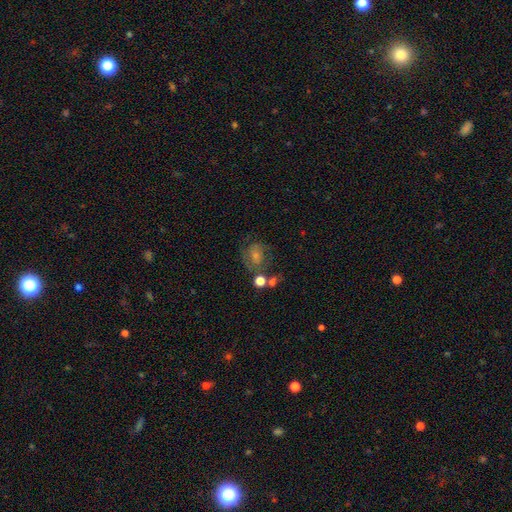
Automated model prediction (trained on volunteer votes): featured or disk 53%, smooth 26%, star or artifact 21%. Down the decision tree: edge-on disk — no (96%); bar — no (57%); spiral arms — yes (81%); bulge size — small (44%); merging — none (65%).